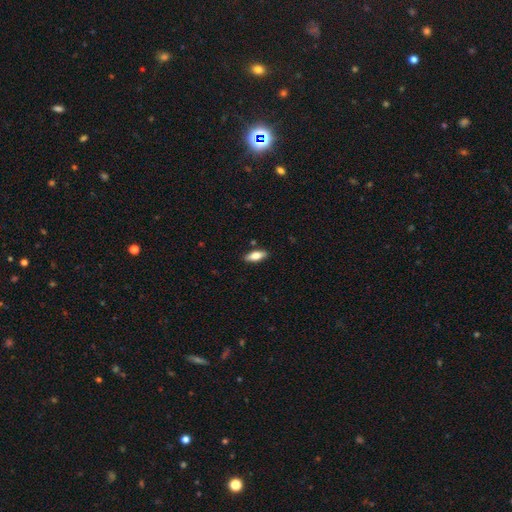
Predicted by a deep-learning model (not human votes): Smooth or featured? smooth (76%)
How rounded? in between (71%)
Merging? none (87%)